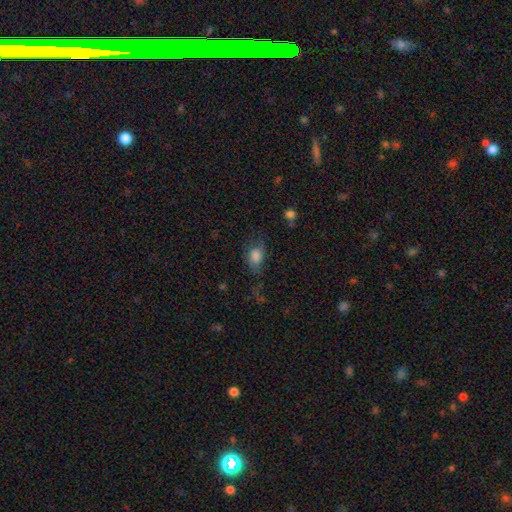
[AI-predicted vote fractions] smooth 74%, featured or disk 16%, star or artifact 10%. Down the decision tree: how rounded — in between (74%); merging — none (47%).